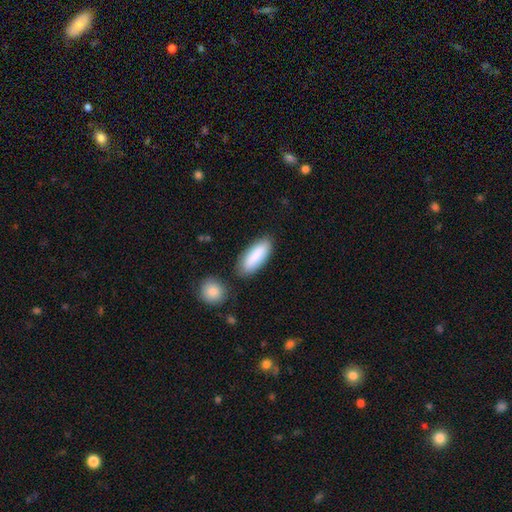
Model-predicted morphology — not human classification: Overall: smooth (86%). How rounded: in between (70%). Merging: none (79%).